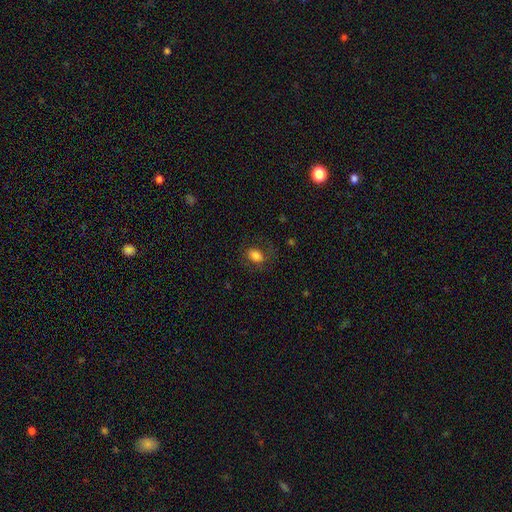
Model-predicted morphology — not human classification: This is likely a smooth galaxy (76%). How rounded: likely in between (70%). Merging: likely none (66%).